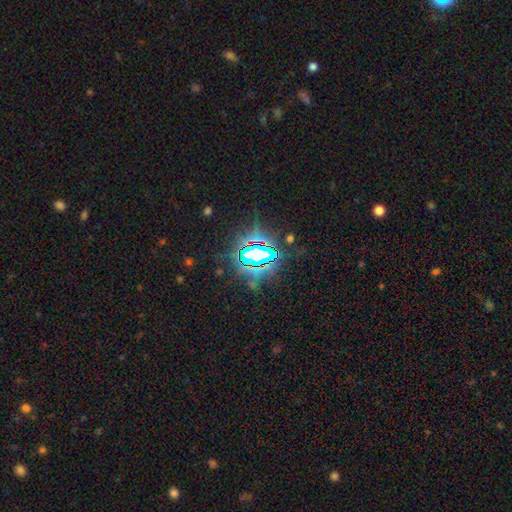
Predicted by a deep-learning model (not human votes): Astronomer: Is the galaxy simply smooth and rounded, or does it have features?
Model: star or artifact — 76%.